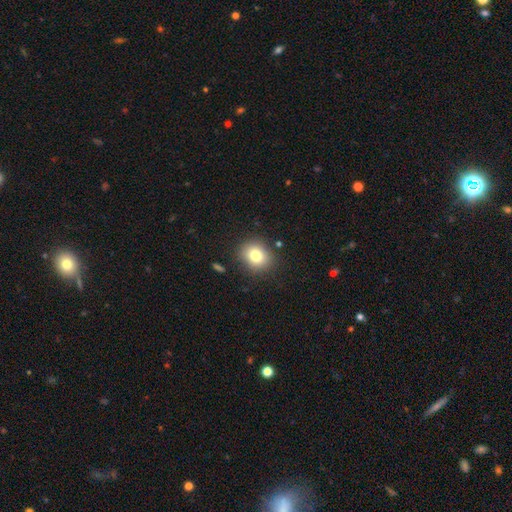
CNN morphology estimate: A smooth galaxy with no disk features (79%) that is round (68%).

Vote fractions:
- Smooth or featured? smooth: 79% / star or artifact: 11% / featured or disk: 10%
- How rounded? round: 68% / in between: 31% / cigar-shaped: 1%
- Merging? none: 86% / minor disturbance: 9% / major disturbance: 3% / merger: 2%